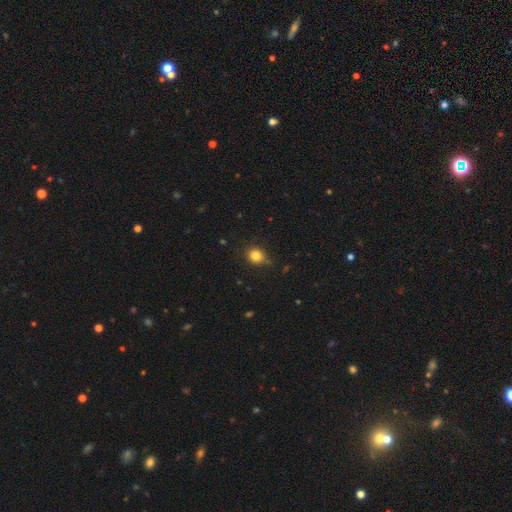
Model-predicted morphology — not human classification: The model was most divided on "how rounded": round: 82%, in between: 17%, cigar-shaped: 1%. More confident: smooth or featured — smooth (83%); merging — none (80%).